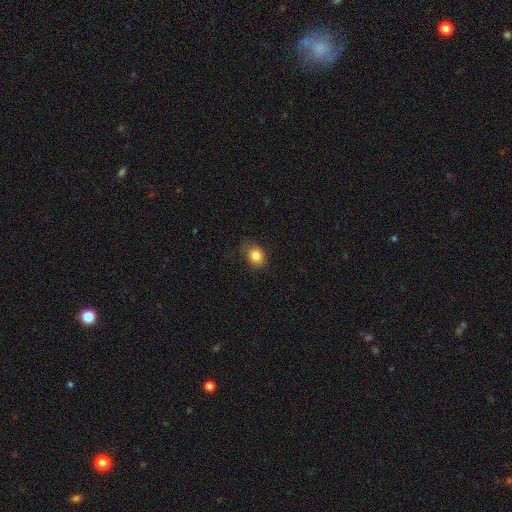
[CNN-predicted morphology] This is clearly a smooth galaxy (83%). How rounded: possibly round (52%). Merging: likely none (78%).